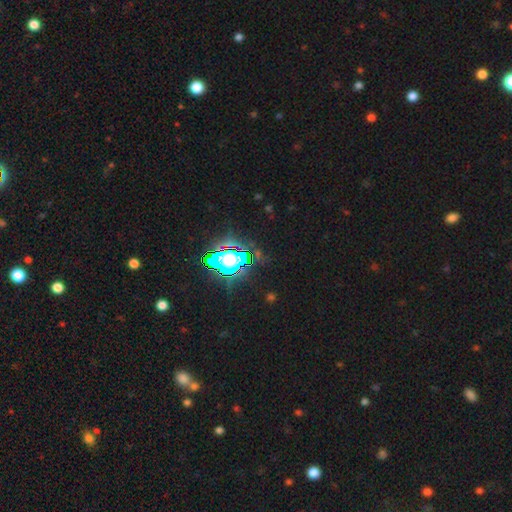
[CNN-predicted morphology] This is likely a star or artifact rather than a galaxy (76%).